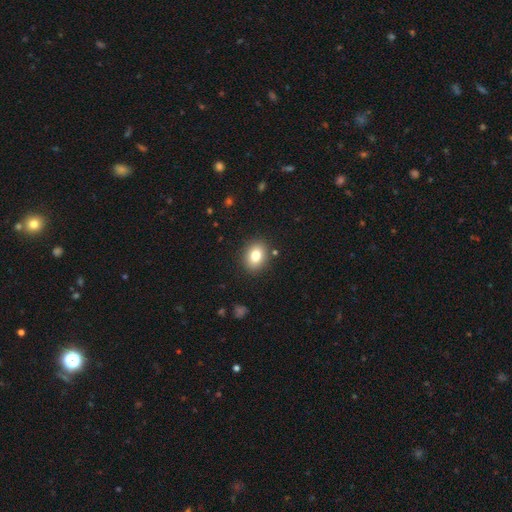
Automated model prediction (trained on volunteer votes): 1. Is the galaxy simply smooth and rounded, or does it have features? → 79% smooth, 10% featured or disk, 10% star or artifact.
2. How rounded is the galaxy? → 55% in between, 44% round, 1% cigar-shaped.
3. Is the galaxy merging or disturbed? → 88% none, 8% minor disturbance, 2% major disturbance, 2% merger.